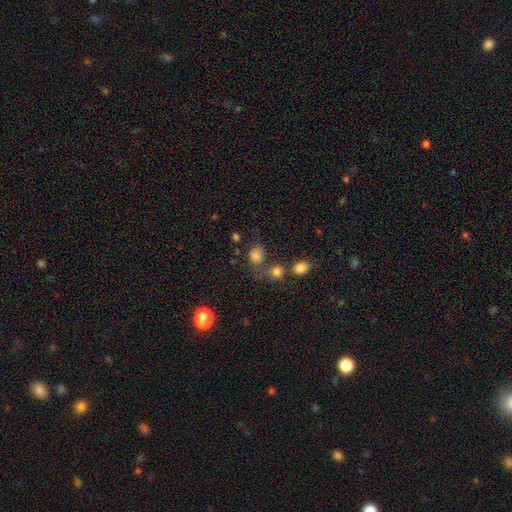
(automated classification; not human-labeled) Smooth or featured?
  - smooth: 79% *
  - star or artifact: 15%
  - featured or disk: 7%
How rounded?
  - round: 66% *
  - in between: 33%
  - cigar-shaped: 1%
Merging?
  - none: 58% *
  - merger: 20%
  - minor disturbance: 14%
  - major disturbance: 7%